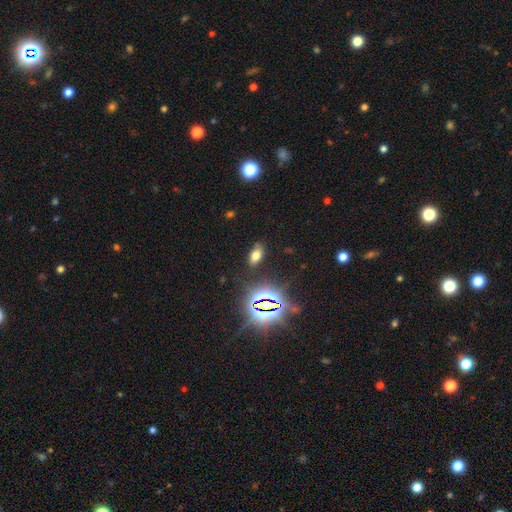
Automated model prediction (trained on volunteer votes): Smooth or featured?
  - smooth: 59% *
  - star or artifact: 30%
  - featured or disk: 11%
How rounded?
  - in between: 89% *
  - round: 6%
  - cigar-shaped: 5%
Merging?
  - none: 82% *
  - minor disturbance: 12%
  - major disturbance: 4%
  - merger: 2%